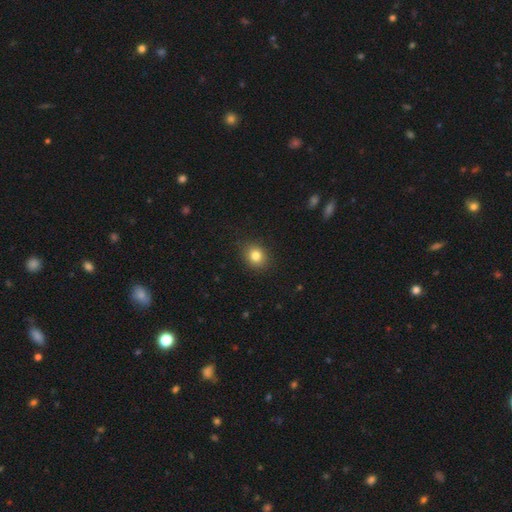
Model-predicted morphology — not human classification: This appears to be a smooth galaxy with no disk features (82%) that is round (67%). Merging: none (88%).